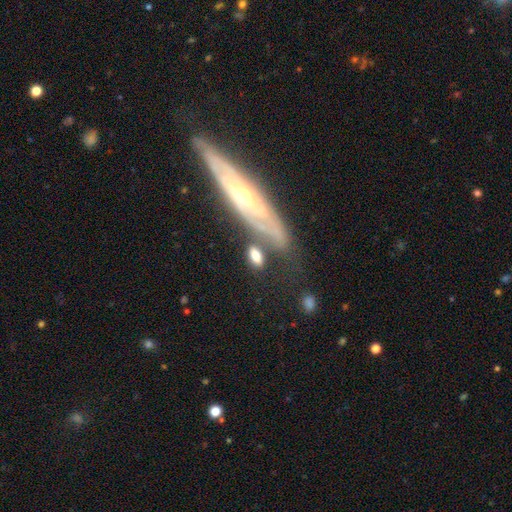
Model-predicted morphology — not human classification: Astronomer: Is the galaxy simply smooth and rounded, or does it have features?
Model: smooth — 72%.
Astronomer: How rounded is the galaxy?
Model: in between — 84%.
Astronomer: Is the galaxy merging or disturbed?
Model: none — 55%.